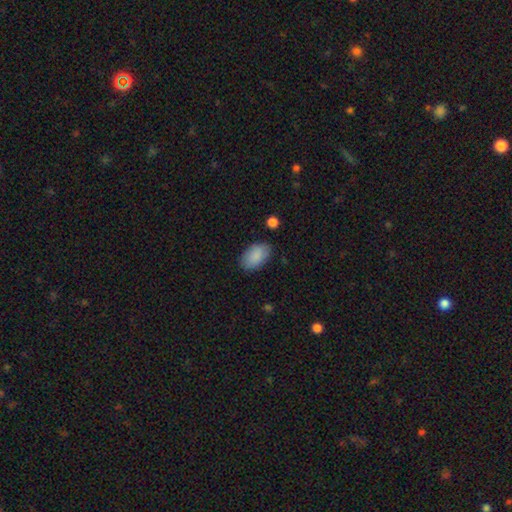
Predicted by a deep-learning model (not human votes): Smooth or featured: smooth — 88% (star or artifact — 6%)
How rounded: in between — 93% (round — 6%)
Merging: none — 83% (minor disturbance — 12%)